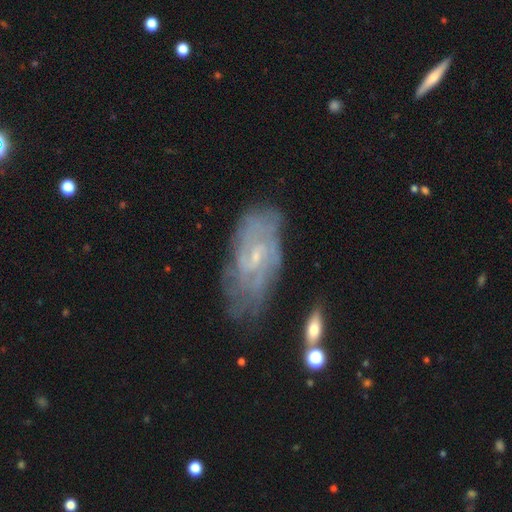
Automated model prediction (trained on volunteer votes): Q: Smooth or featured?
A: featured or disk (75%); runner-up: smooth (17%)
Q: Edge-on disk?
A: no (93%); runner-up: yes (7%)
Q: Bar?
A: weak (52%); runner-up: no (37%)
Q: Spiral arms?
A: yes (83%); runner-up: no (17%)
Q: Spiral winding?
A: tight (51%); runner-up: medium (35%)
Q: Spiral arm count?
A: can't tell (53%); runner-up: 2 (22%)
Q: Bulge size?
A: small (74%); runner-up: moderate (17%)
Q: Merging?
A: none (63%); runner-up: minor disturbance (24%)